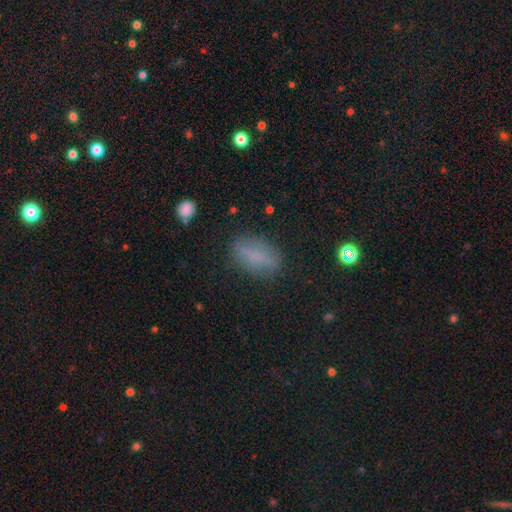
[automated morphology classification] A smooth galaxy with no disk features (72%) that is in between round and cigar-shaped (80%). Merging: none (79%).